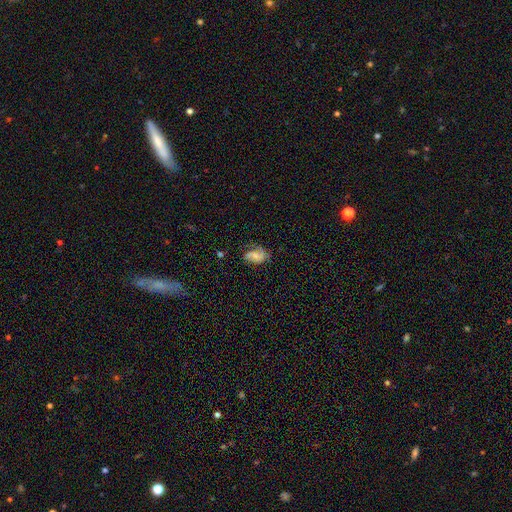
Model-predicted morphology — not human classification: Overall: featured or disk (57%; smooth 33%). Edge-on disk: no (97%). Bar: no (51%; weak 38%). Spiral arms: yes (87%). Bulge size: small (46%; moderate 30%). Merging: none (52%; minor disturbance 27%).